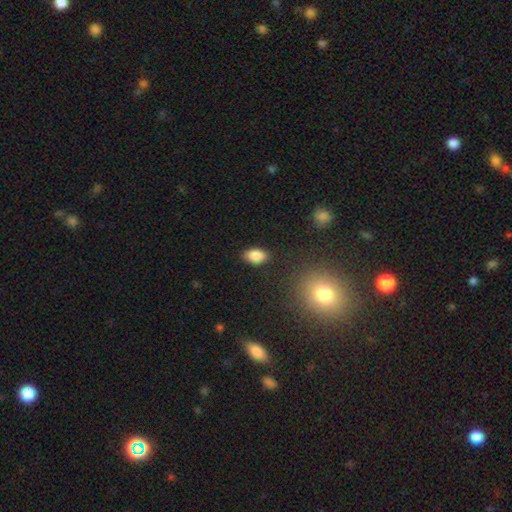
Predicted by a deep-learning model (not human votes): Smooth or featured?
  - smooth: 87% *
  - star or artifact: 9%
  - featured or disk: 5%
How rounded?
  - in between: 89% *
  - round: 10%
  - cigar-shaped: 2%
Merging?
  - none: 86% *
  - minor disturbance: 10%
  - major disturbance: 2%
  - merger: 1%